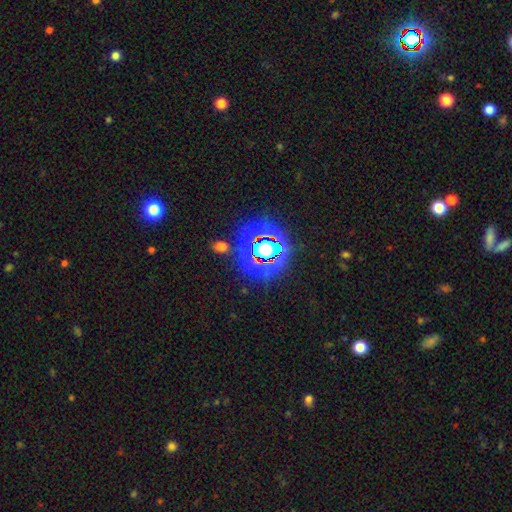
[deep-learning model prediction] star or artifact 84%, smooth 10%, featured or disk 7%.